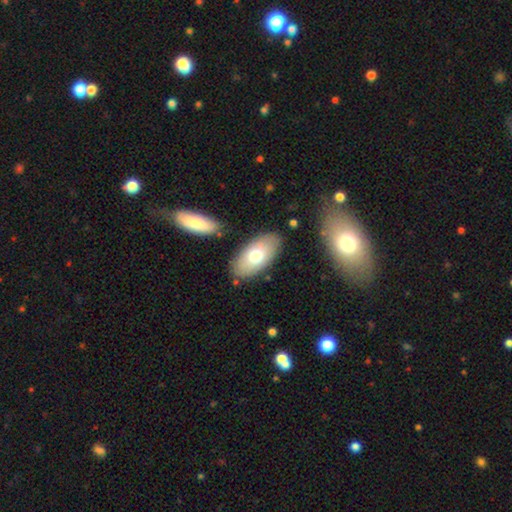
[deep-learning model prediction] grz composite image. It shows a smooth galaxy with no disk features (69%) that is in between round and cigar-shaped (93%). Merging: none (82%).